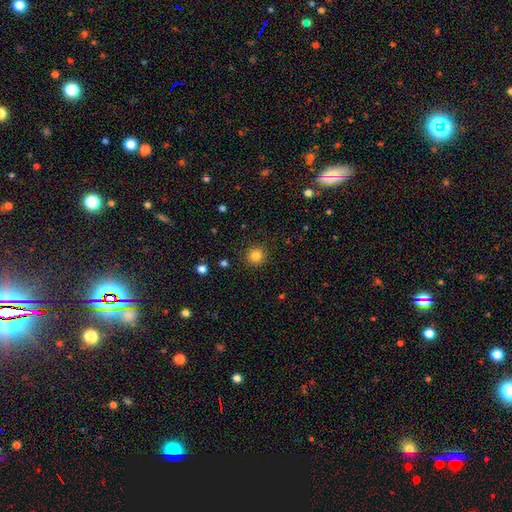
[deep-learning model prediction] Smooth or featured? smooth (83%)
How rounded? round (94%)
Merging? none (91%)